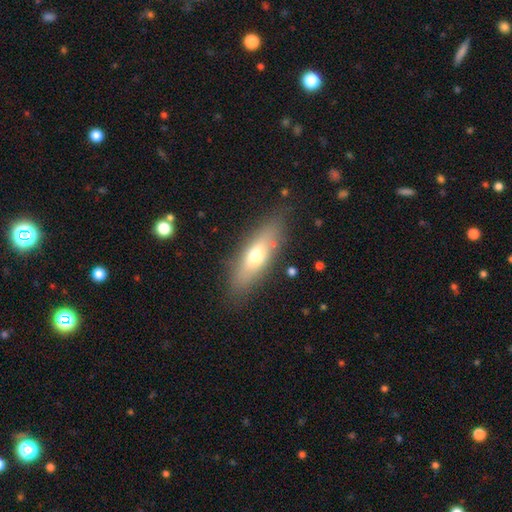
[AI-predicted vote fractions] Smooth or featured? Predicted: smooth (p=0.58). How rounded? Predicted: cigar-shaped (p=0.49). Merging? Predicted: none (p=0.82).